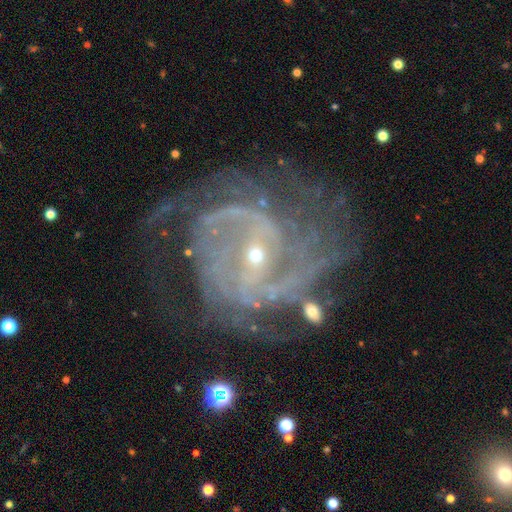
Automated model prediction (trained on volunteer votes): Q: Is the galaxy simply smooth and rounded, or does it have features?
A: featured or disk — 89%.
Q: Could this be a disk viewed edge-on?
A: no — 98%.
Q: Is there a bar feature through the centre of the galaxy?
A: weak — 40%.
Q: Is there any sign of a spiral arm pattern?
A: yes — 96%.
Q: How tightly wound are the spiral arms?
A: tight — 46%.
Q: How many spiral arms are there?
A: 2 — 36%.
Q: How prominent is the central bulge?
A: small — 82%.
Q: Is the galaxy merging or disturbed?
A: none — 53%.